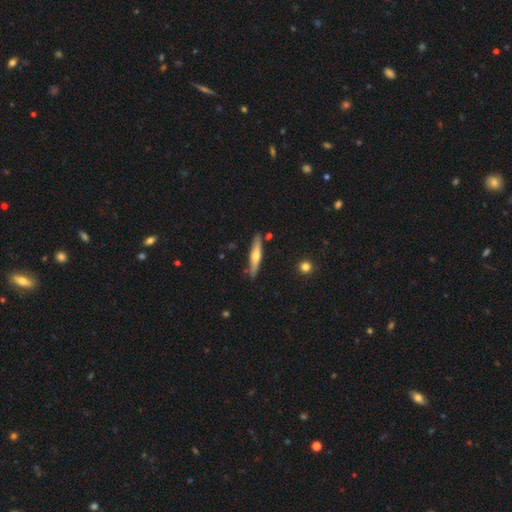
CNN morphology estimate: A featured or disk galaxy (51%) viewed edge-on (92%). Merging: none (85%).